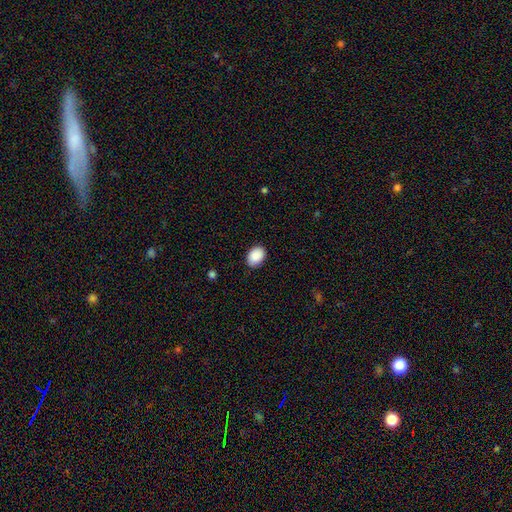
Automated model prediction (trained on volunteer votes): Smooth or featured? Predicted: smooth (p=0.90). How rounded? Predicted: in between (p=0.75). Merging? Predicted: none (p=0.84).